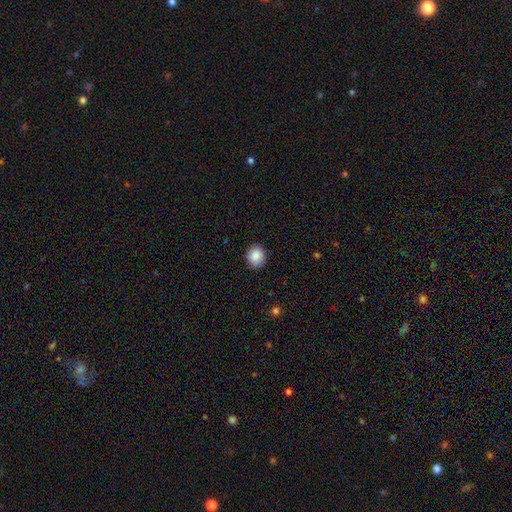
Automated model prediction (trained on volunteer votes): Morphology: type=smooth (87%); roundness=round (79%); merging=none (87%).